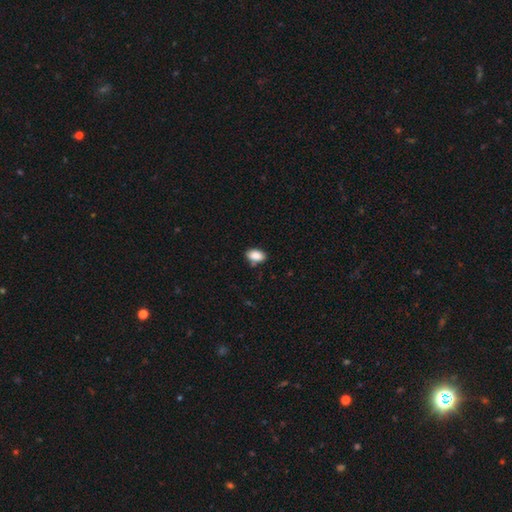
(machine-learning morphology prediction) smooth_or_featured: smooth (p=0.88) [alt: star or artifact p=0.08]
how_rounded: in between (p=0.90) [alt: round p=0.08]
merging: none (p=0.76) [alt: minor disturbance p=0.17]